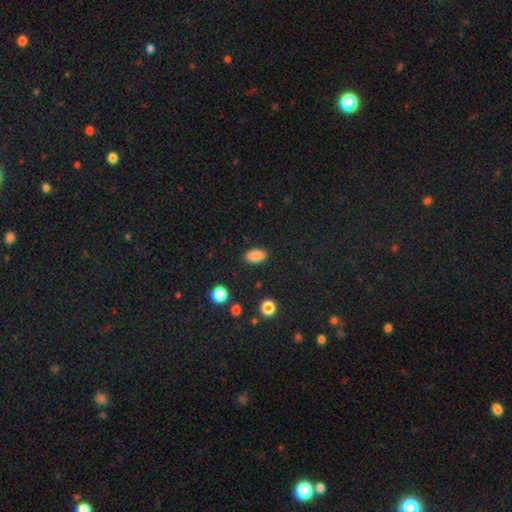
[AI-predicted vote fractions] This appears to be a smooth galaxy with no disk features (86%) that is in between round and cigar-shaped (91%). Merging: none (88%).